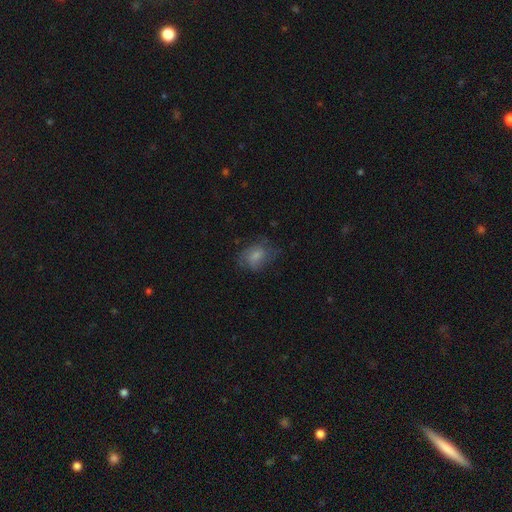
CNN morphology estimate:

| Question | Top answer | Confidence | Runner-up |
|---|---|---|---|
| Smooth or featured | smooth | 66% | featured or disk (25%) |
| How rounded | in between | 62% | round (37%) |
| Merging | none | 53% | minor disturbance (28%) |